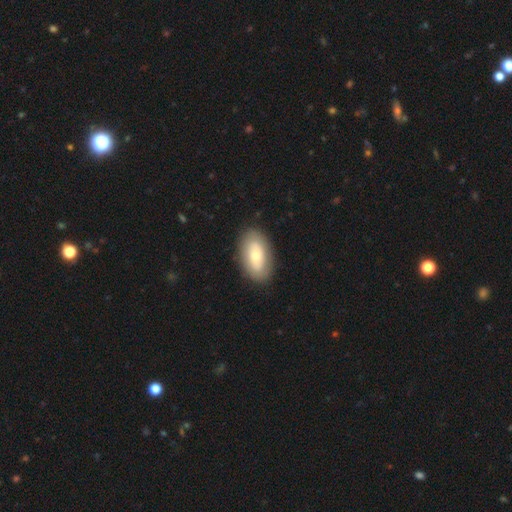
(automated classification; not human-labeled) Q: Smooth or featured?
A: smooth (62%); runner-up: featured or disk (32%)
Q: How rounded?
A: in between (92%); runner-up: round (6%)
Q: Merging?
A: none (86%); runner-up: minor disturbance (10%)